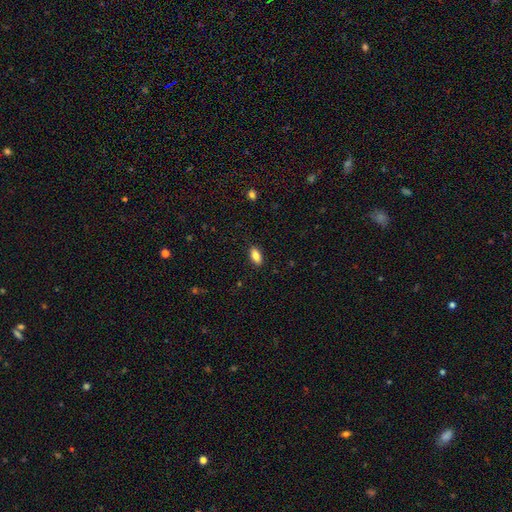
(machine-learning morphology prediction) smooth_or_featured: smooth (p=0.84) [alt: featured or disk p=0.08]
how_rounded: in between (p=0.89) [alt: cigar-shaped p=0.07]
merging: none (p=0.87) [alt: minor disturbance p=0.09]